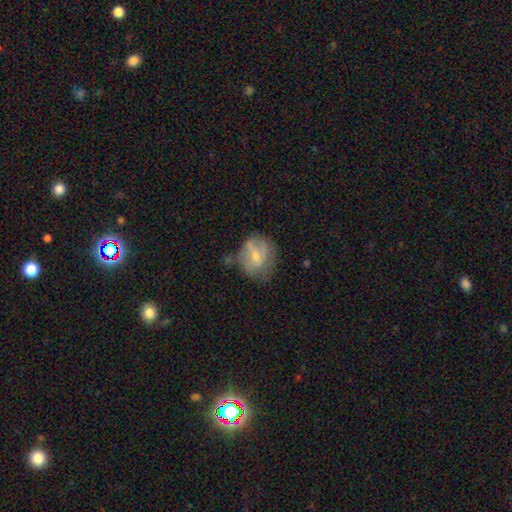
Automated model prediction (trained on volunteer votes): Q: Smooth or featured?
A: smooth (52%); runner-up: featured or disk (40%)
Q: How rounded?
A: round (64%); runner-up: in between (35%)
Q: Merging?
A: none (46%); runner-up: minor disturbance (31%)